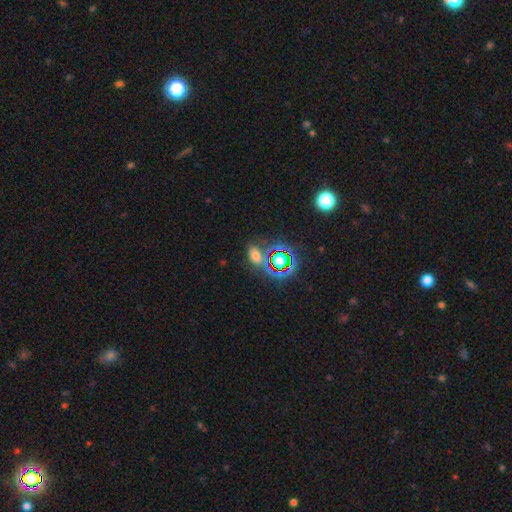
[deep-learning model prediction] Smooth or featured: smooth — 54% (star or artifact — 36%)
How rounded: in between — 79% (round — 19%)
Merging: none — 65% (minor disturbance — 14%)